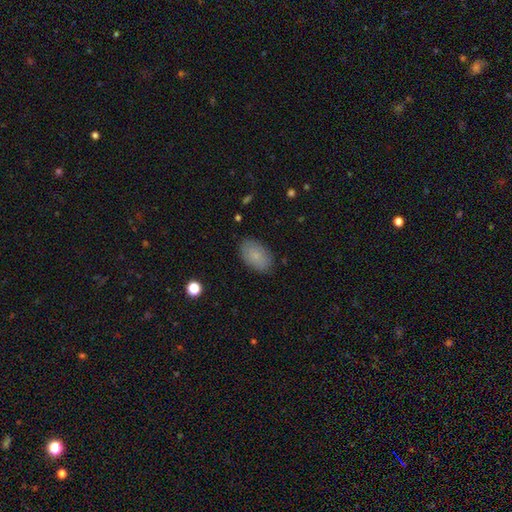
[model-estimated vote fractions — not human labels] smooth-or-featured: smooth: 82% | featured or disk: 10% | star or artifact: 7%
  how-rounded: in between: 92% | round: 7% | cigar-shaped: 1%
  merging: none: 85% | minor disturbance: 11% | major disturbance: 3% | merger: 1%